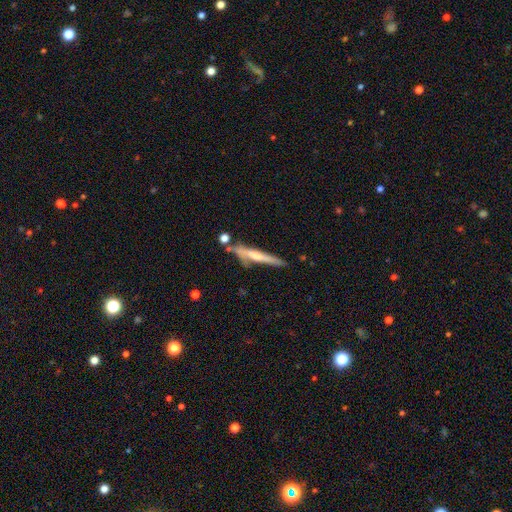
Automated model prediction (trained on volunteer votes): Smooth or featured?
  - featured or disk: 49% *
  - smooth: 44%
  - star or artifact: 7%
Merging?
  - none: 58% *
  - minor disturbance: 22%
  - merger: 11%
  - major disturbance: 8%